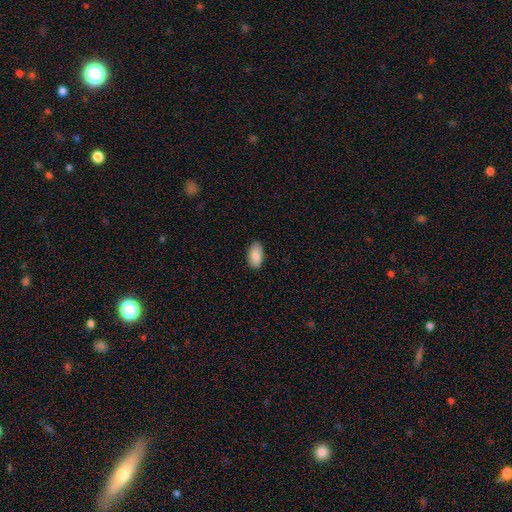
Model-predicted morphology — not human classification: type=smooth (88%); roundness=in between (95%); merging=none (88%).